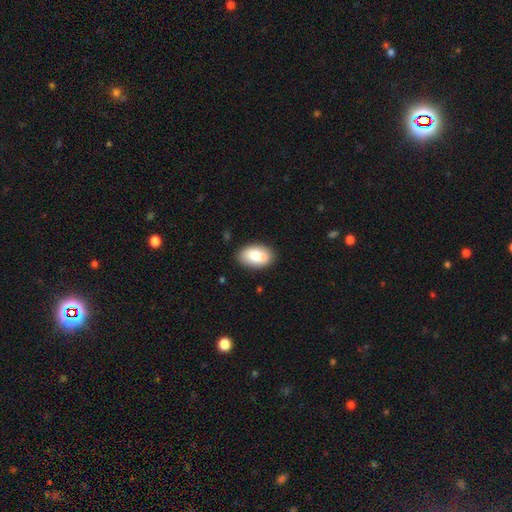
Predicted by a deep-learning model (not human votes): Overall: smooth (80%). How rounded: in between (92%). Merging: none (82%).